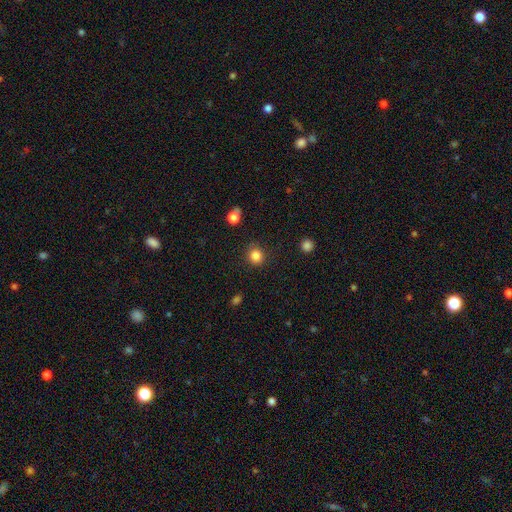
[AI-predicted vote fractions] Smooth or featured? smooth (84%)
How rounded? round (88%)
Merging? none (86%)